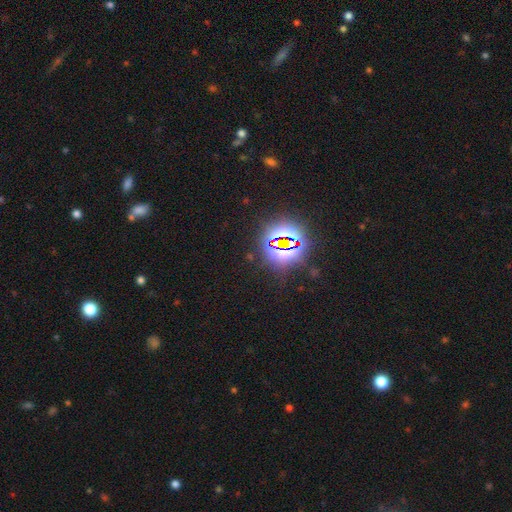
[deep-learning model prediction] A star or artifact, not a galaxy (80%).

Vote fractions:
- Smooth or featured? star or artifact: 80% / smooth: 13% / featured or disk: 8%